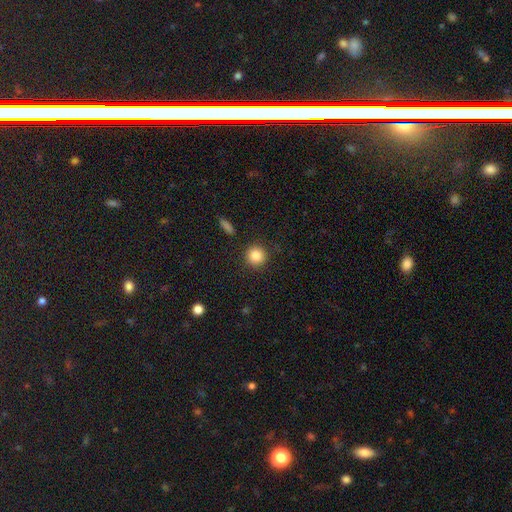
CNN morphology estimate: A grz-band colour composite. It shows a smooth galaxy with no disk features (85%) that is round (93%). Merging: none (89%).